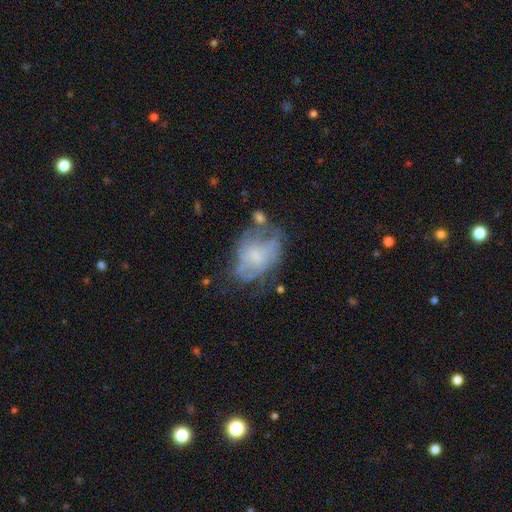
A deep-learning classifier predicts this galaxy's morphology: Overall: featured or disk (56%; smooth 34%). Edge-on disk: no (96%). Bar: no (74%). Spiral arms: no (55%; yes 45%). Bulge size: small (46%; moderate 30%). Merging: none (43%; minor disturbance 27%).